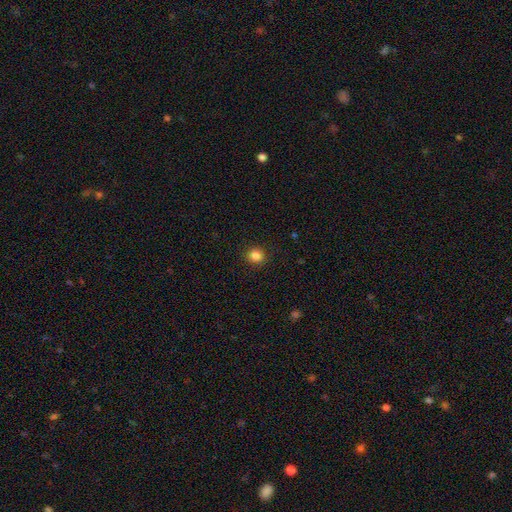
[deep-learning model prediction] This appears to be a smooth galaxy with no disk features (85%) that is round (88%). Merging: none (91%).